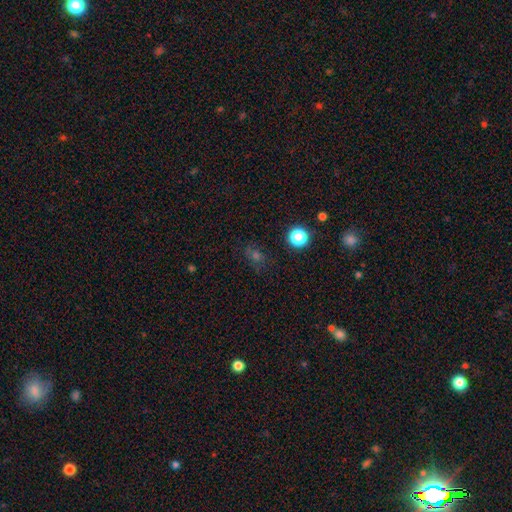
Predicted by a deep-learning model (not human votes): This appears to be a smooth galaxy with no disk features (48%). Merging: none (76%).